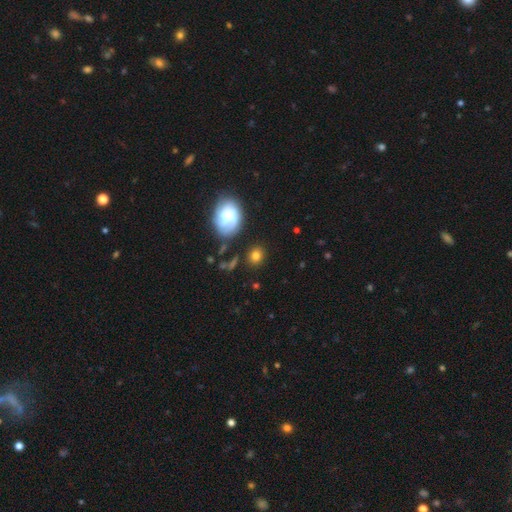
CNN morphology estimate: This appears to be a smooth galaxy with no disk features (74%) that is round (71%). Merging: none (80%).